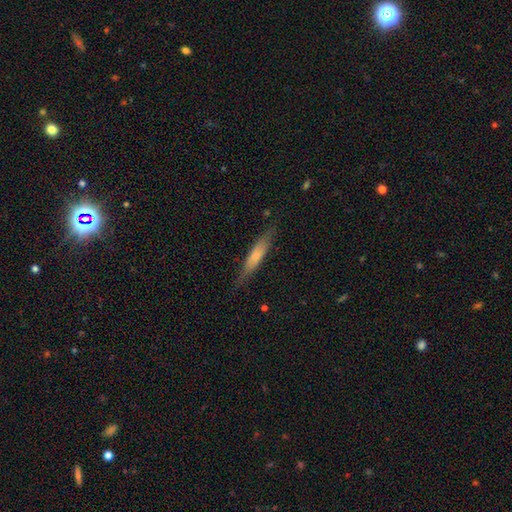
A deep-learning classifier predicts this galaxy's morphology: smooth-or-featured: smooth: 61% | featured or disk: 33% | star or artifact: 6%
  how-rounded: cigar-shaped: 86% | in between: 13% | round: 2%
  merging: none: 80% | minor disturbance: 15% | major disturbance: 4% | merger: 1%